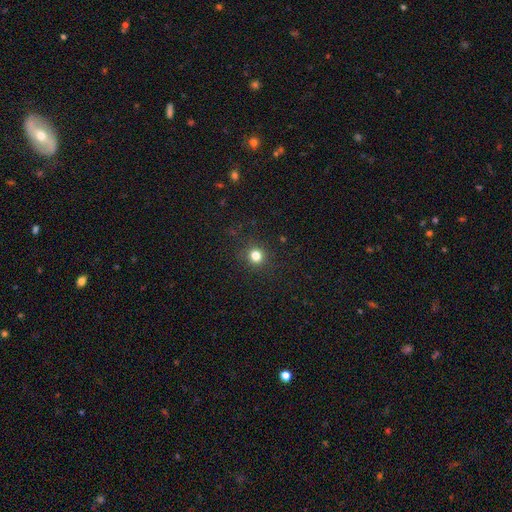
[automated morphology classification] Smooth or featured? smooth (79%)
How rounded? round (90%)
Merging? none (89%)